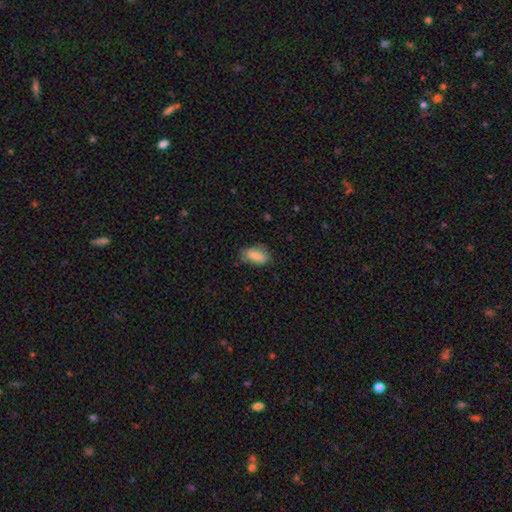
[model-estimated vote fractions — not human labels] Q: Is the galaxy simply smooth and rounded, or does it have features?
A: smooth — 83%.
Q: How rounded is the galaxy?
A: in between — 87%.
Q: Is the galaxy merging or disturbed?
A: none — 67%.